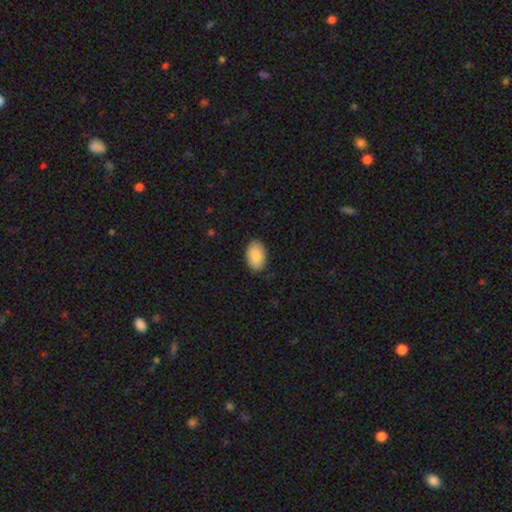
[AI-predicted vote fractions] This appears to be a smooth galaxy with no disk features (89%) that is in between round and cigar-shaped (92%). Merging: none (88%).